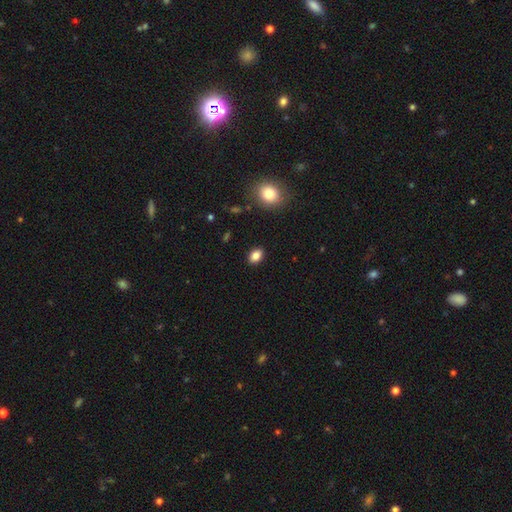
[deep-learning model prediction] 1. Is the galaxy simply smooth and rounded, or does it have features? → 85% smooth, 9% star or artifact, 6% featured or disk.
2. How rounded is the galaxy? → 81% in between, 18% round, 2% cigar-shaped.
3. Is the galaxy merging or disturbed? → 89% none, 8% minor disturbance, 2% major disturbance, 1% merger.